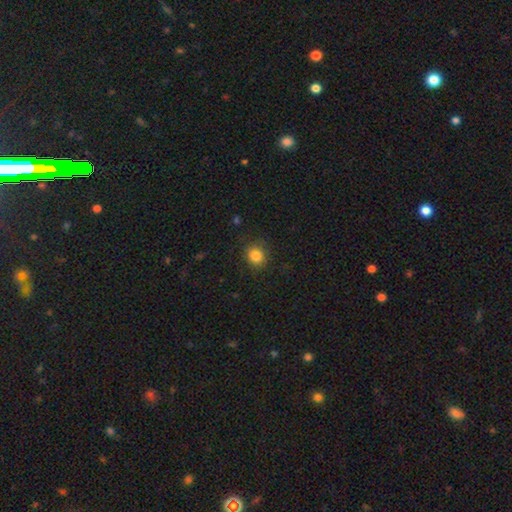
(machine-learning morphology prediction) Overall: smooth (84%). How rounded: round (83%). Merging: none (86%).